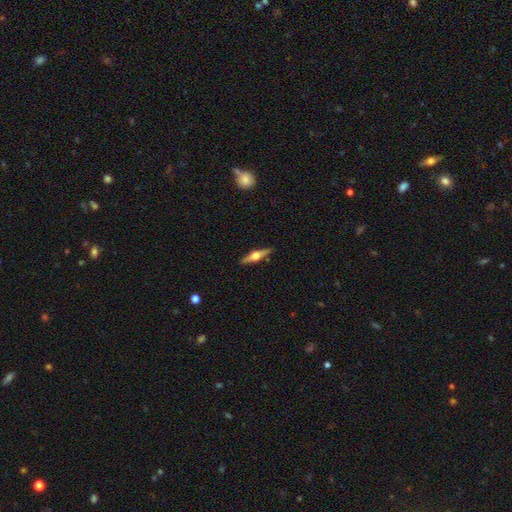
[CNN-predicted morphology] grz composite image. It shows a featured or disk galaxy (66%) viewed edge-on (97%) with a rounded central bulge (94%). Merging: none (90%).